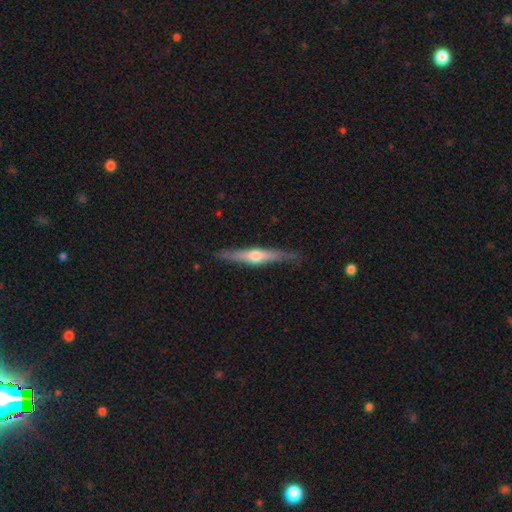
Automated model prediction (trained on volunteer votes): smooth-or-featured: featured or disk: 64% | smooth: 30% | star or artifact: 5%
  disk-edge-on: yes: 96% | no: 4%
    edge-on-bulge: rounded: 89% | none: 6% | boxy: 5%
  merging: none: 86% | minor disturbance: 11% | major disturbance: 2% | merger: 1%